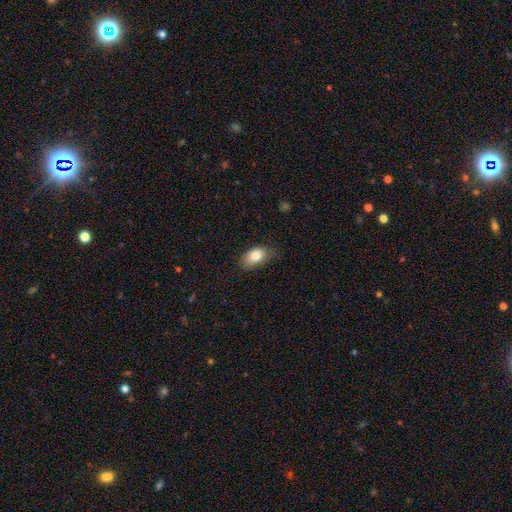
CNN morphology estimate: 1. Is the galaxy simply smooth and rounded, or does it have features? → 83% smooth, 9% featured or disk, 8% star or artifact.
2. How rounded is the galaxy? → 89% in between, 10% round, 2% cigar-shaped.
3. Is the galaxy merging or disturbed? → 58% none, 32% minor disturbance, 8% major disturbance, 1% merger.